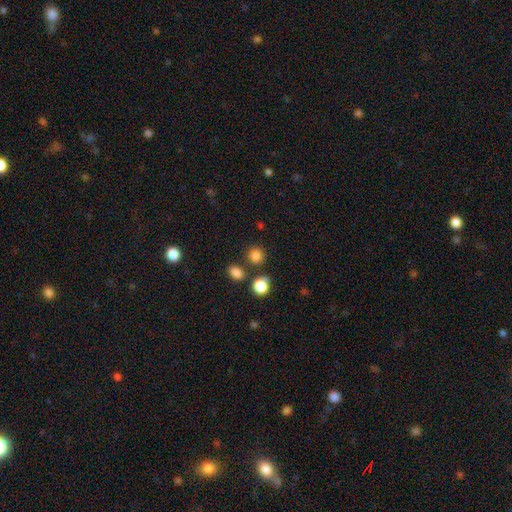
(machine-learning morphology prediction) Smooth or featured? Predicted: smooth (p=0.82). How rounded? Predicted: round (p=0.85). Merging? Predicted: none (p=0.78).